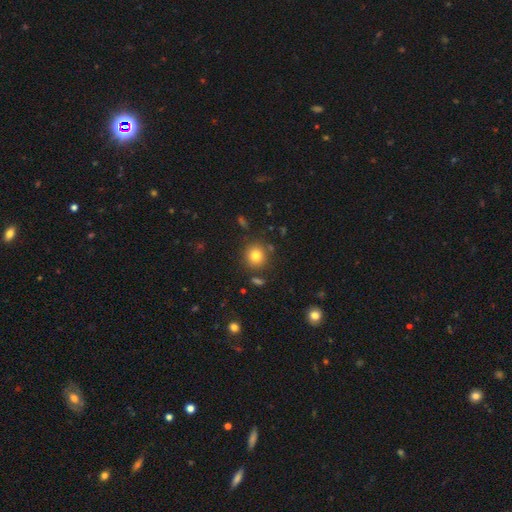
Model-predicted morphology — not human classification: Overall: smooth (80%). How rounded: round (91%). Merging: none (84%).